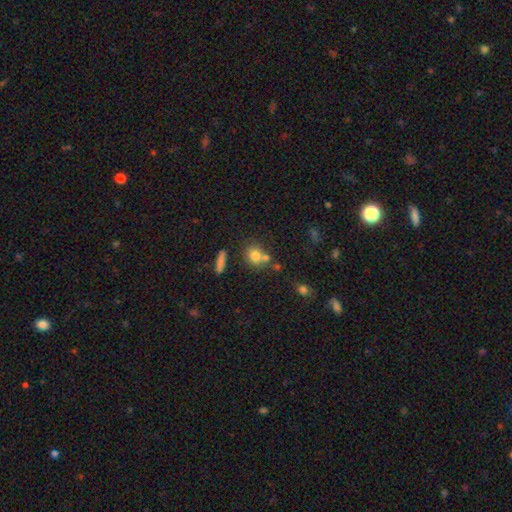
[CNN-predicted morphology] Overall: smooth (75%). How rounded: round (72%). Merging: none (53%; merger 31%).